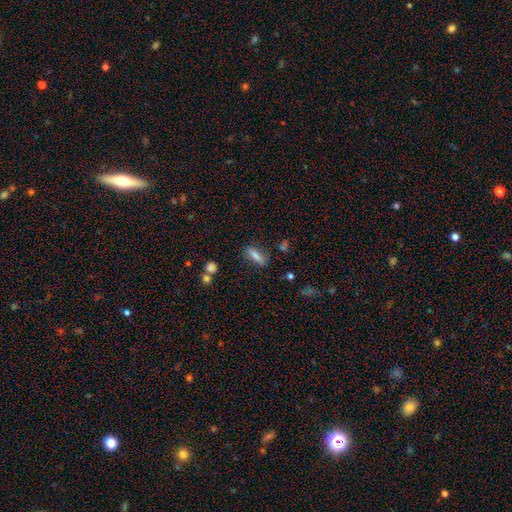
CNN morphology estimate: A smooth galaxy with no disk features (75%) that is in between round and cigar-shaped (55%).

Vote fractions:
- Smooth or featured? smooth: 75% / featured or disk: 15% / star or artifact: 9%
- How rounded? in between: 55% / cigar-shaped: 41% / round: 4%
- Merging? none: 76% / minor disturbance: 15% / major disturbance: 5% / merger: 3%